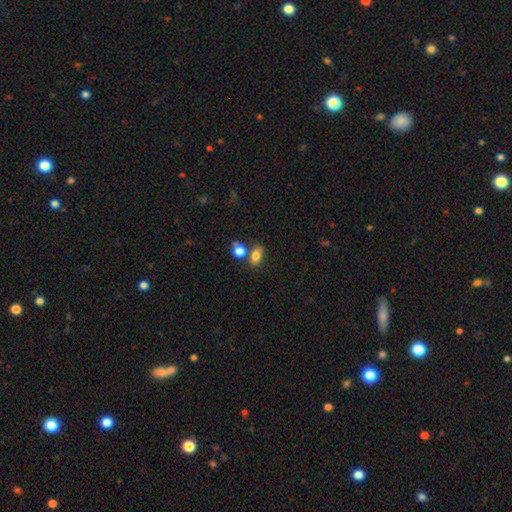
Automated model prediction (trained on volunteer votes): Morphology: type=smooth (79%); roundness=in between (80%); merging=none (61%).